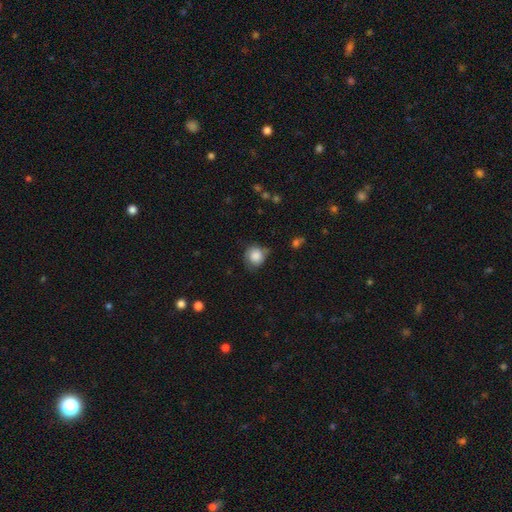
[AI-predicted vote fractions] Smooth or featured? Predicted: smooth (p=0.85). How rounded? Predicted: round (p=0.84). Merging? Predicted: none (p=0.62).